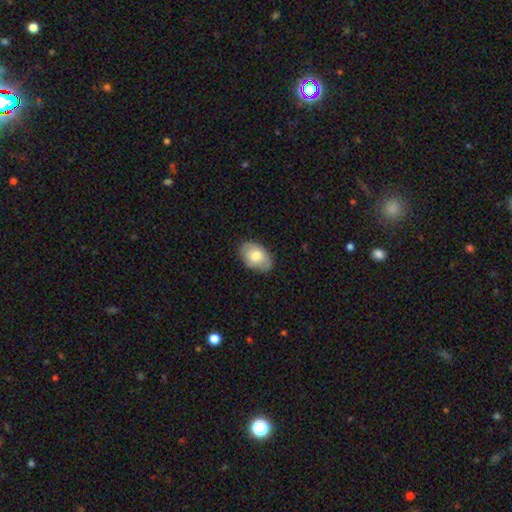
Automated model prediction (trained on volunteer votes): Smooth or featured? smooth (75%)
How rounded? in between (90%)
Merging? none (84%)